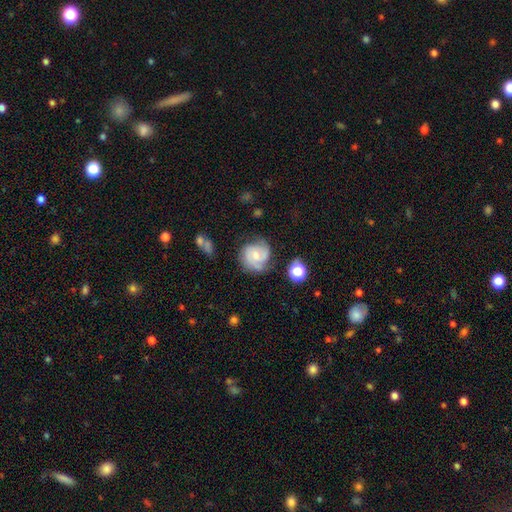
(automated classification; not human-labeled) Smooth or featured: featured or disk — 68% (smooth — 24%)
Edge-on disk: no — 98% (yes — 2%)
Bar: no — 60% (weak — 35%)
Spiral arms: yes — 92% (no — 8%)
Spiral winding: tight — 45% (medium — 42%)
Spiral arm count: 2 — 52% (can't tell — 20%)
Bulge size: small — 51% (moderate — 37%)
Merging: none — 62% (minor disturbance — 23%)